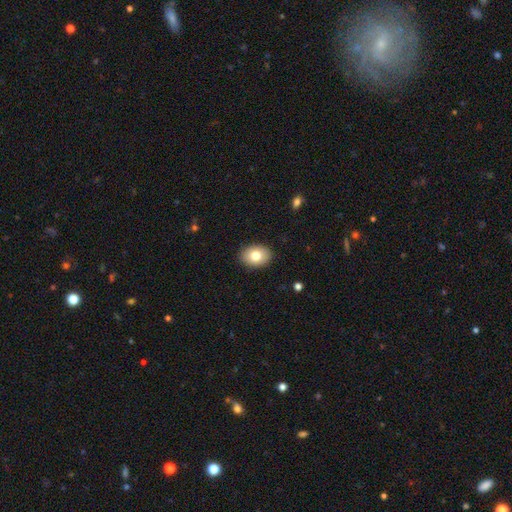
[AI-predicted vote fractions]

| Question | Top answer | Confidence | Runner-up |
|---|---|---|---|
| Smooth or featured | smooth | 79% | featured or disk (13%) |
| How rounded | in between | 72% | round (27%) |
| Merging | none | 89% | minor disturbance (8%) |